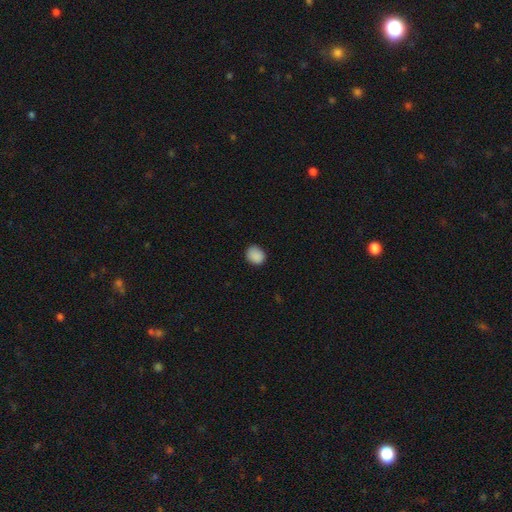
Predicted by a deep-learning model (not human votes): Smooth or featured? Predicted: smooth (p=0.89). How rounded? Predicted: round (p=0.62). Merging? Predicted: none (p=0.84).